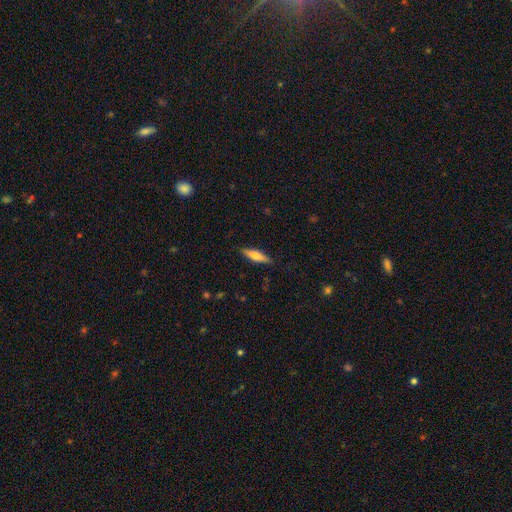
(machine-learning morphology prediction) Smooth or featured: smooth — 62% (featured or disk — 32%)
How rounded: cigar-shaped — 68% (in between — 30%)
Merging: none — 88% (minor disturbance — 9%)